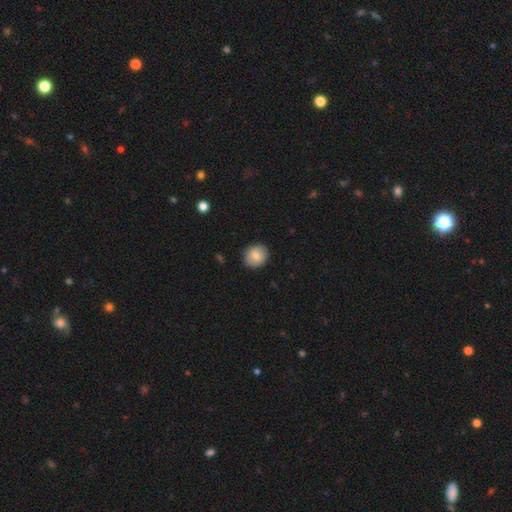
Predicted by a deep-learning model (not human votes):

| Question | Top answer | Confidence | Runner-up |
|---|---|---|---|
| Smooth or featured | smooth | 82% | featured or disk (10%) |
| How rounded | round | 76% | in between (23%) |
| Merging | none | 89% | minor disturbance (8%) |